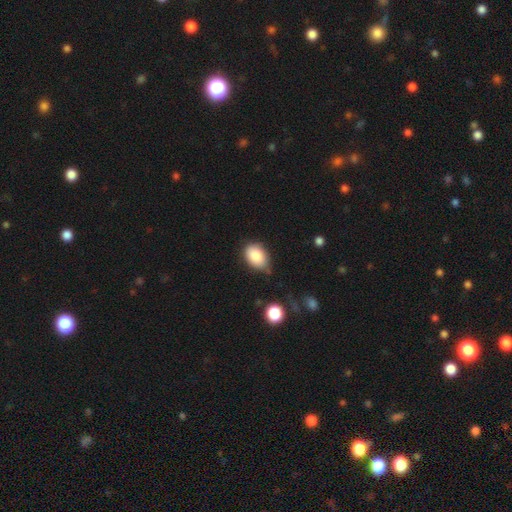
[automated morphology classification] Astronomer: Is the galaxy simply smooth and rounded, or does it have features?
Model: smooth — 85%.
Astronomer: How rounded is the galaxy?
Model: in between — 80%.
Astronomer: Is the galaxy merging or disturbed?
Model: none — 62%.